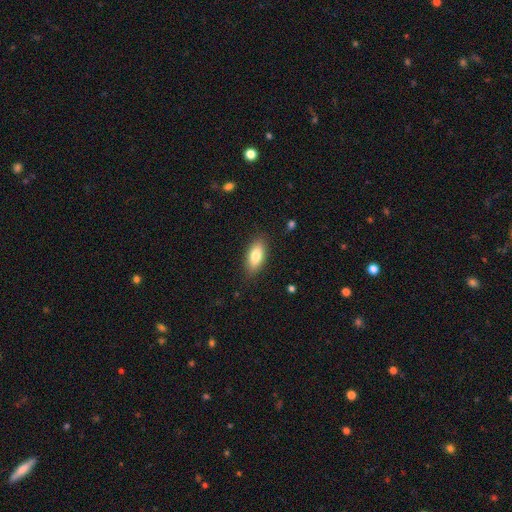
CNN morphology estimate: This appears to be a smooth galaxy with no disk features (81%) that is in between round and cigar-shaped (84%). Merging: none (86%).